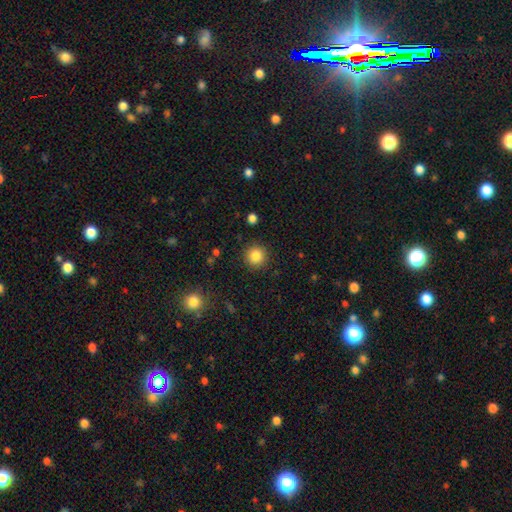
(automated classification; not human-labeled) A smooth galaxy with no disk features (86%) that is round (93%). Merging: none (90%).